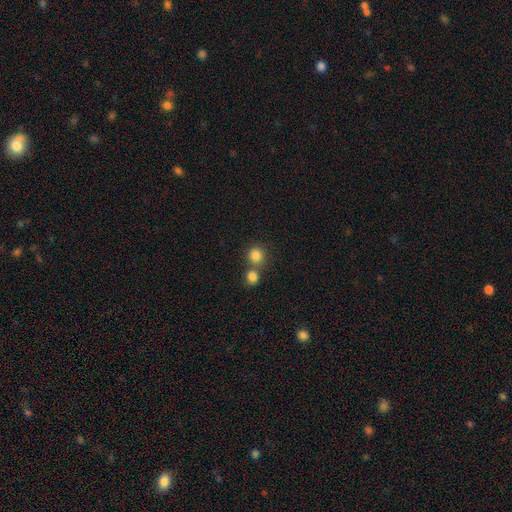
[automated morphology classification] This appears to be a smooth galaxy with no disk features (83%) that is round (90%). Merging: none (58%).